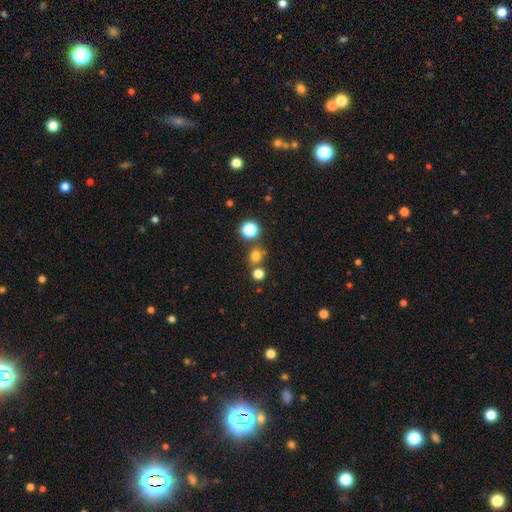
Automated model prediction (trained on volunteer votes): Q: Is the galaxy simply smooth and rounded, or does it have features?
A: smooth — 73%.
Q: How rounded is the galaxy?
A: round — 85%.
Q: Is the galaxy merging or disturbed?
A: none — 70%.